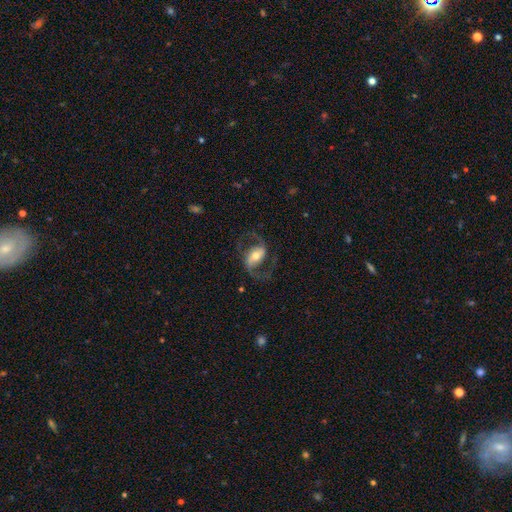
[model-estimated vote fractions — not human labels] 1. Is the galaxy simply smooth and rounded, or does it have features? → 84% featured or disk, 11% smooth, 6% star or artifact.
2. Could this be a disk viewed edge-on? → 97% no, 3% yes.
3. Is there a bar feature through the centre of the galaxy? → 37% weak (tied), 37% strong (tied), 25% no.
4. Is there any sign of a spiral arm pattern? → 94% yes, 6% no.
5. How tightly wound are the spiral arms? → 49% medium, 42% loose, 9% tight.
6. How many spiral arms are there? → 93% 2, 2% can't tell, 2% 1, 1% 3, 1% 4, 1% more than 4.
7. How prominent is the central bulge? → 61% moderate, 26% small, 10% large, 2% dominant, 1% none.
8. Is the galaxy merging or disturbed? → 72% none, 13% major disturbance, 13% minor disturbance, 1% merger.